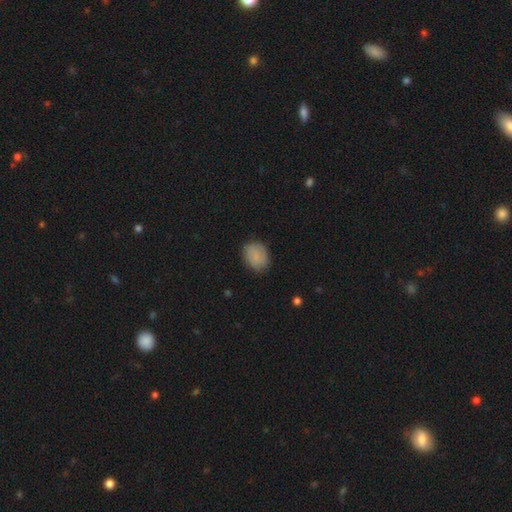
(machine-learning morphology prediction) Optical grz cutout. It shows a smooth galaxy with no disk features (81%) that is in between round and cigar-shaped (54%). Merging: none (80%).